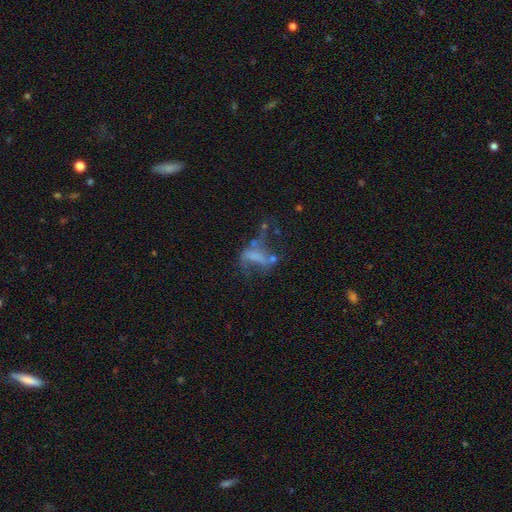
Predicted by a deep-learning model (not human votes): Smooth or featured?
  - featured or disk: 50% *
  - smooth: 32%
  - star or artifact: 19%
Merging?
  - major disturbance: 43% *
  - none: 24%
  - merger: 18%
  - minor disturbance: 14%